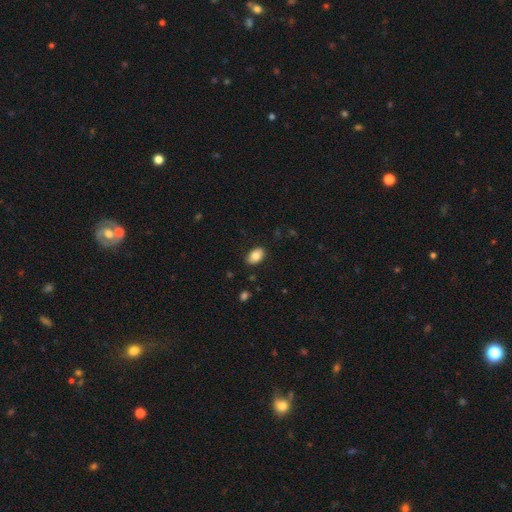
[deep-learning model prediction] smooth_or_featured: smooth (p=0.82) [alt: featured or disk p=0.10]
how_rounded: in between (p=0.88) [alt: round p=0.10]
merging: none (p=0.87) [alt: minor disturbance p=0.10]